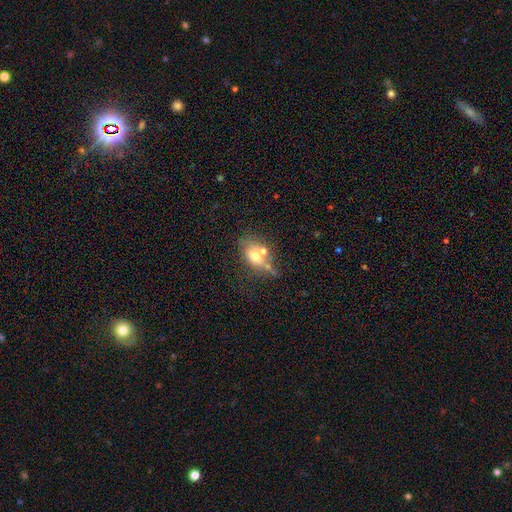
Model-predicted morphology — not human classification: This appears to be a smooth galaxy with no disk features (59%) that is in between round and cigar-shaped (73%). Merging: none (43%).